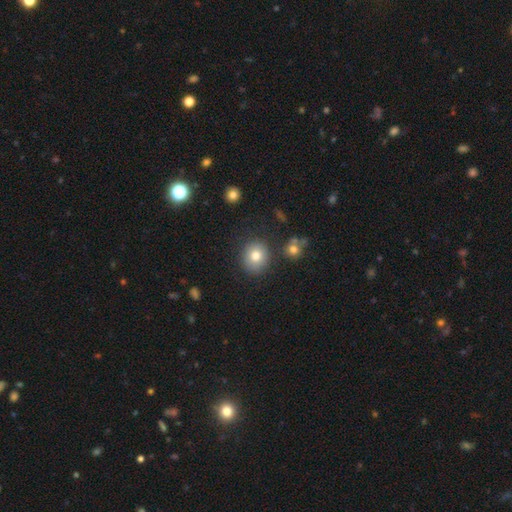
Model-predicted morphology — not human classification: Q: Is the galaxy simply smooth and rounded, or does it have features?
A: smooth — 80%.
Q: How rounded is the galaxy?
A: round — 76%.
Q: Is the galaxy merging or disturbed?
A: none — 82%.